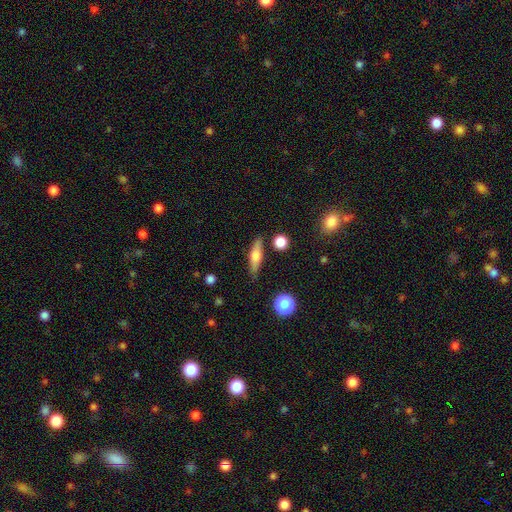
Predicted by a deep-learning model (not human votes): Q: Smooth or featured?
A: smooth (49%); runner-up: featured or disk (43%)
Q: Merging?
A: none (83%); runner-up: minor disturbance (11%)